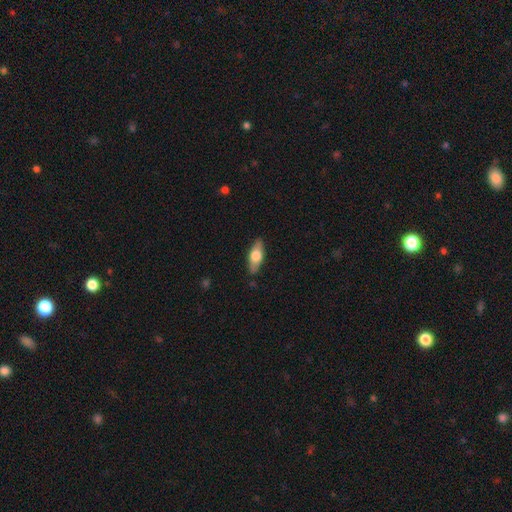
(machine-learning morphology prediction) Overall: smooth (60%; featured or disk 35%). How rounded: in between (72%). Merging: none (86%).